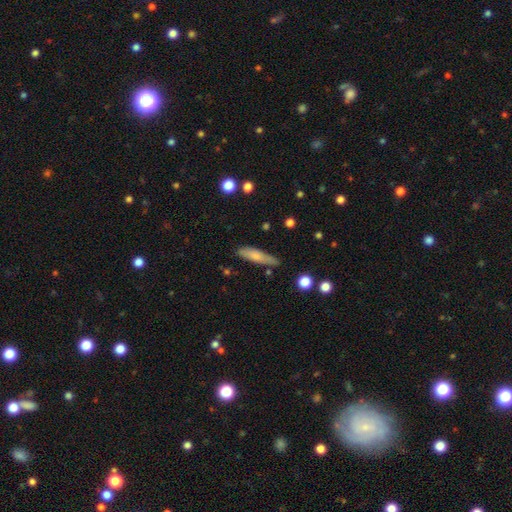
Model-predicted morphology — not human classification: Smooth or featured? Predicted: smooth (p=0.72). How rounded? Predicted: cigar-shaped (p=0.76). Merging? Predicted: none (p=0.71).